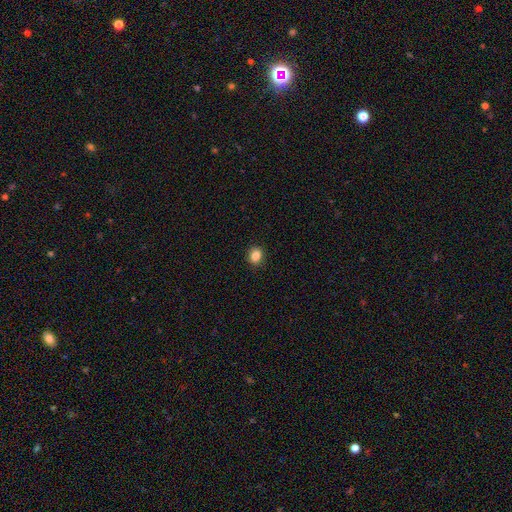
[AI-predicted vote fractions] This appears to be a smooth galaxy with no disk features (85%) that is round (64%). Merging: none (90%).